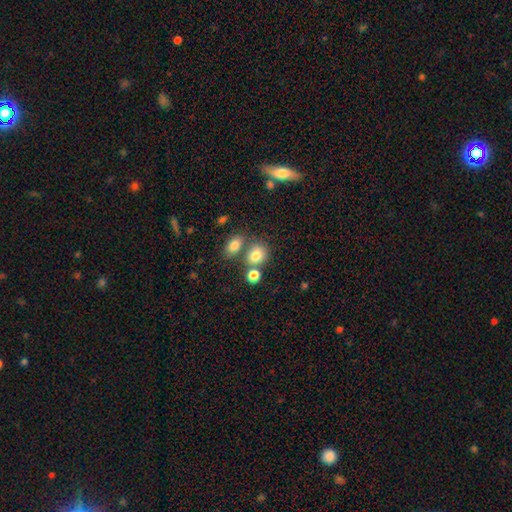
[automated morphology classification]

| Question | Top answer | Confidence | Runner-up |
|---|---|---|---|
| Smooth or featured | smooth | 79% | star or artifact (11%) |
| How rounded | round | 56% | in between (42%) |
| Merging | none | 54% | merger (30%) |